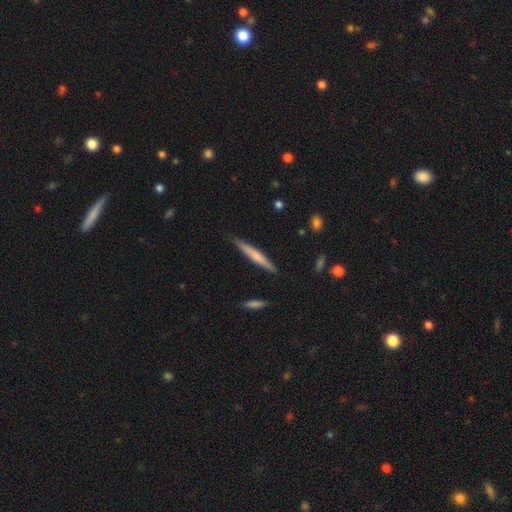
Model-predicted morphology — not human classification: This is possibly a smooth galaxy (57%). How rounded: clearly cigar-shaped (95%). Merging: clearly none (89%).